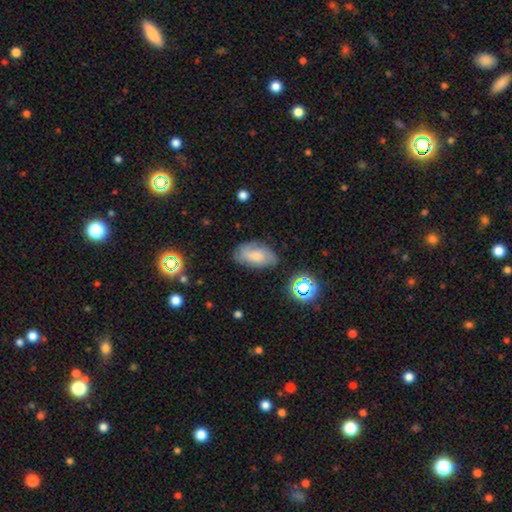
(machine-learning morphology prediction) A smooth galaxy with no disk features (47%). Merging: none (72%).